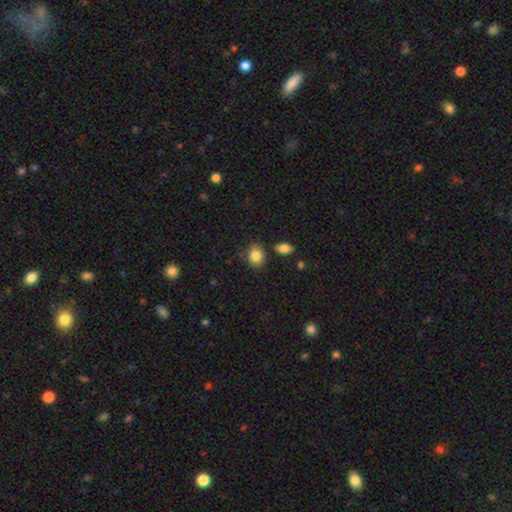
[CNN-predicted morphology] Smooth or featured? smooth (85%)
How rounded? round (50%)
Merging? none (76%)